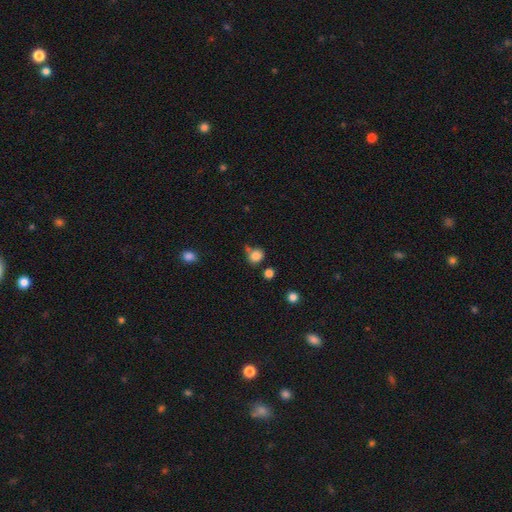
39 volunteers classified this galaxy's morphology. Volunteers were most divided on "merging": none: 59%, minor disturbance: 21%, merger: 12%, major disturbance: 9%. More confident: smooth or featured — smooth (85%); how rounded — round (70%).